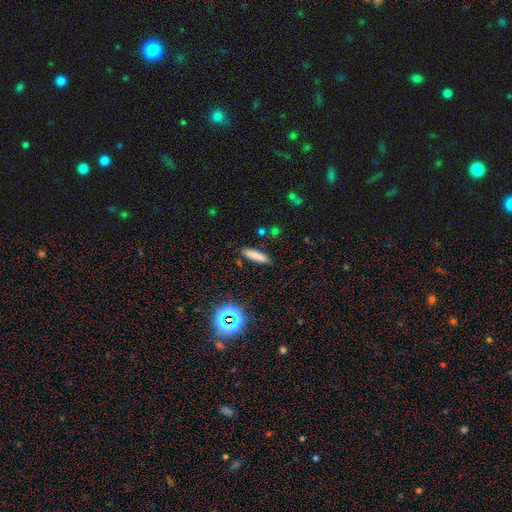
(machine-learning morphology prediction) smooth_or_featured: smooth (p=0.78) [alt: star or artifact p=0.12]
how_rounded: cigar-shaped (p=0.77) [alt: in between p=0.20]
merging: none (p=0.87) [alt: minor disturbance p=0.09]